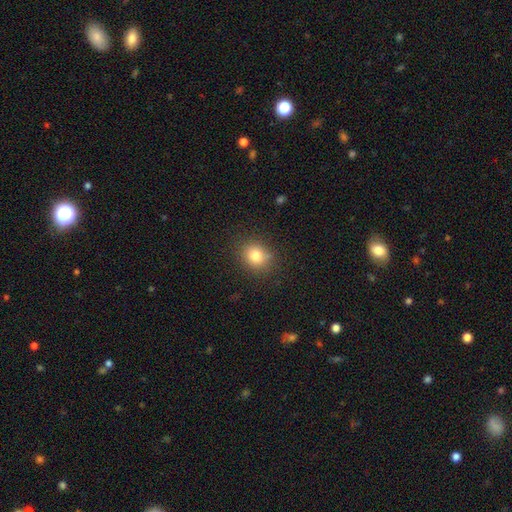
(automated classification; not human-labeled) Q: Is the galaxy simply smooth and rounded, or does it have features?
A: smooth — 80%.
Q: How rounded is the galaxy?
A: round — 75%.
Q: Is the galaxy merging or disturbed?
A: none — 83%.